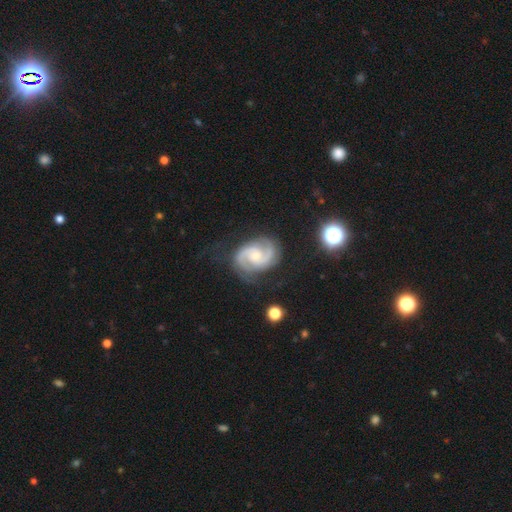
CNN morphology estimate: A featured or disk galaxy (90%) with no bar (57%), 2 (91%) medium (54%) spiral arms (98%) and a small central bulge (52%).

Vote fractions:
- Smooth or featured? featured or disk: 90% / smooth: 5% / star or artifact: 5%
- Edge-on disk? no: 98% / yes: 2%
- Bar? no: 57% / weak: 35% / strong: 7%
- Spiral arms? yes: 98% / no: 2%
- Spiral winding? medium: 54% / tight: 34% / loose: 11%
- Spiral arm count? 2: 91% / 3: 3% / can't tell: 3% / 1: 1% / 4: 1% / more than 4: 1%
- Bulge size? small: 52% / moderate: 42% / none: 3% / large: 2% / dominant: 1%
- Merging? none: 76% / minor disturbance: 17% / major disturbance: 6% / merger: 2%